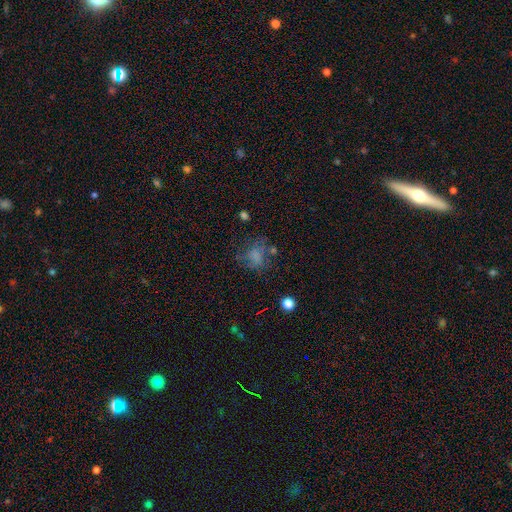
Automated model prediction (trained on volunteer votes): smooth-or-featured: smooth: 56% | featured or disk: 26% | star or artifact: 18%
  how-rounded: round: 53% | in between: 45% | cigar-shaped: 2%
  merging: none: 49% | major disturbance: 25% | minor disturbance: 21% | merger: 6%